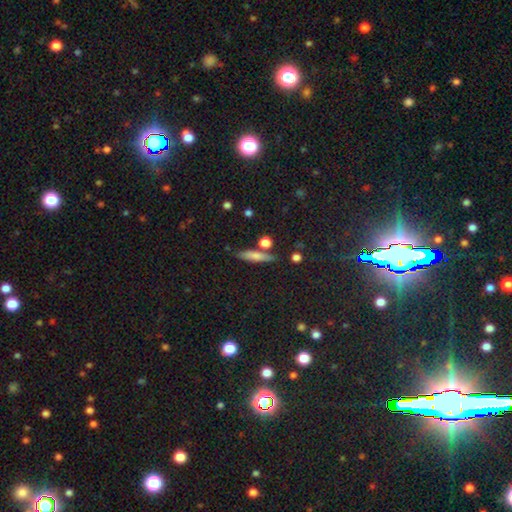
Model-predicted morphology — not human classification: Smooth or featured?
  - smooth: 70% *
  - featured or disk: 20%
  - star or artifact: 10%
How rounded?
  - cigar-shaped: 73% *
  - in between: 20%
  - round: 6%
Merging?
  - none: 78% *
  - minor disturbance: 11%
  - merger: 8%
  - major disturbance: 3%